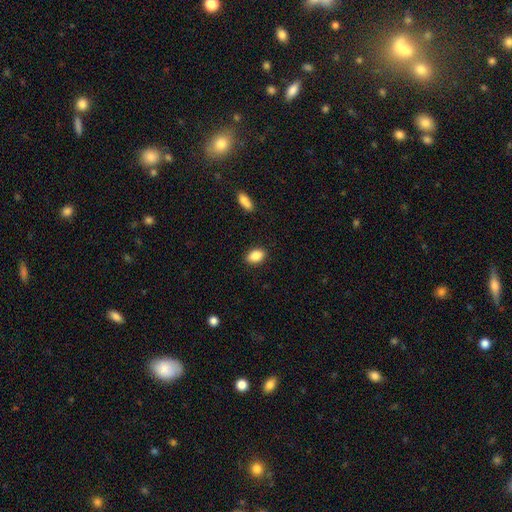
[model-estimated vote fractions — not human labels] smooth-or-featured: smooth: 87% | star or artifact: 8% | featured or disk: 5%
  how-rounded: in between: 85% | round: 13% | cigar-shaped: 2%
  merging: none: 88% | minor disturbance: 9% | major disturbance: 2% | merger: 1%